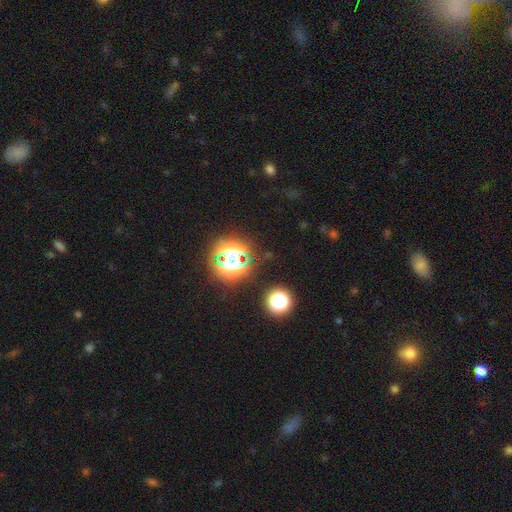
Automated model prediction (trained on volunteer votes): smooth-or-featured: star or artifact: 75% | smooth: 19% | featured or disk: 6%